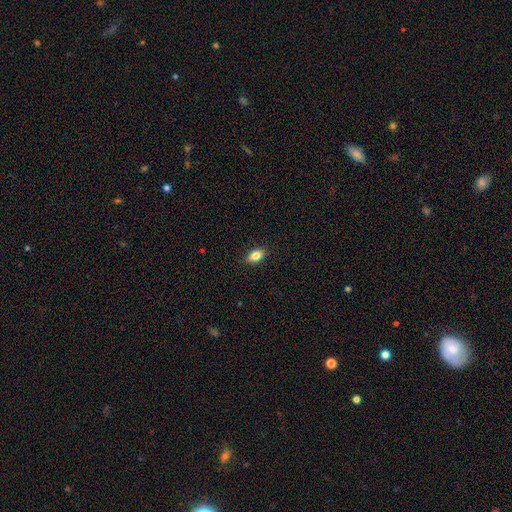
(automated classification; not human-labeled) A smooth galaxy with no disk features (81%) that is in between round and cigar-shaped (87%). Merging: none (88%).